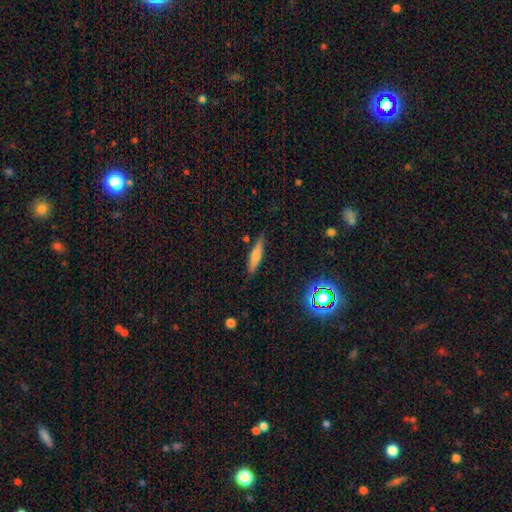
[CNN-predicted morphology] A smooth galaxy with no disk features (64%) that is cigar-shaped (77%).

Vote fractions:
- Smooth or featured? smooth: 64% / featured or disk: 27% / star or artifact: 9%
- How rounded? cigar-shaped: 77% / in between: 21% / round: 2%
- Merging? none: 84% / minor disturbance: 11% / major disturbance: 2% / merger: 2%